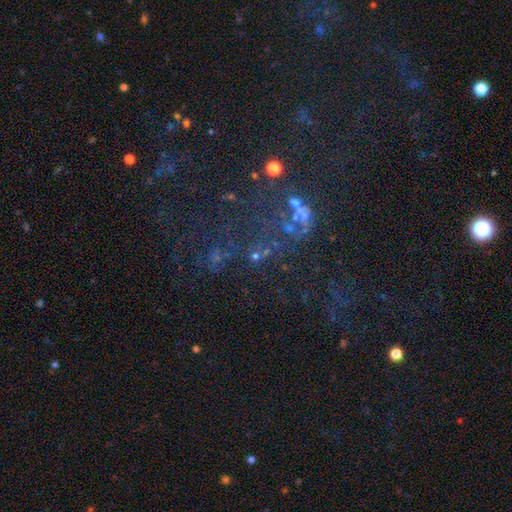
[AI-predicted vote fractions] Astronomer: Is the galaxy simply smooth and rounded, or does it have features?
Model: star or artifact — 51%.